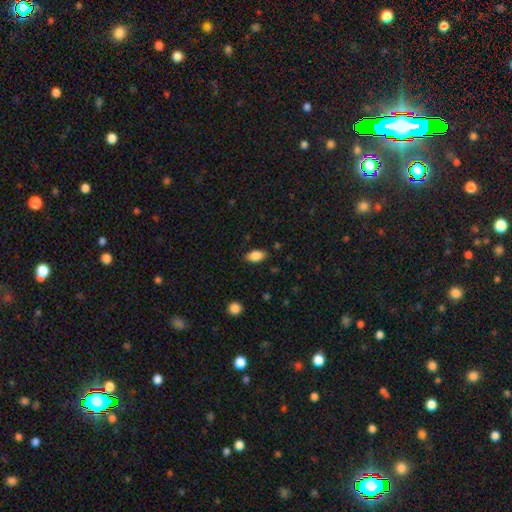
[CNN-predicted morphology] smooth_or_featured: smooth (p=0.86) [alt: star or artifact p=0.08]
how_rounded: in between (p=0.90) [alt: round p=0.05]
merging: none (p=0.83) [alt: minor disturbance p=0.13]